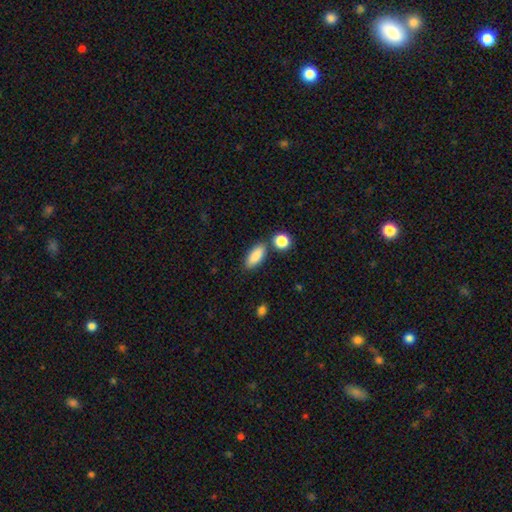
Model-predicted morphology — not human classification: Smooth or featured: smooth — 87% (star or artifact — 7%)
How rounded: in between — 79% (cigar-shaped — 18%)
Merging: none — 77% (minor disturbance — 11%)